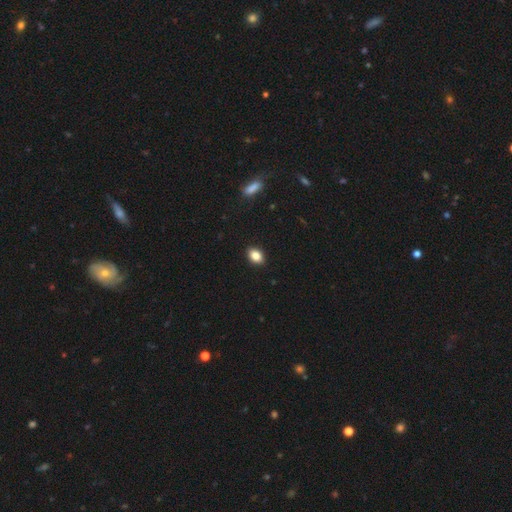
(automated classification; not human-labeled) smooth_or_featured: smooth (p=0.86) [alt: star or artifact p=0.09]
how_rounded: in between (p=0.81) [alt: round p=0.18]
merging: none (p=0.90) [alt: minor disturbance p=0.07]